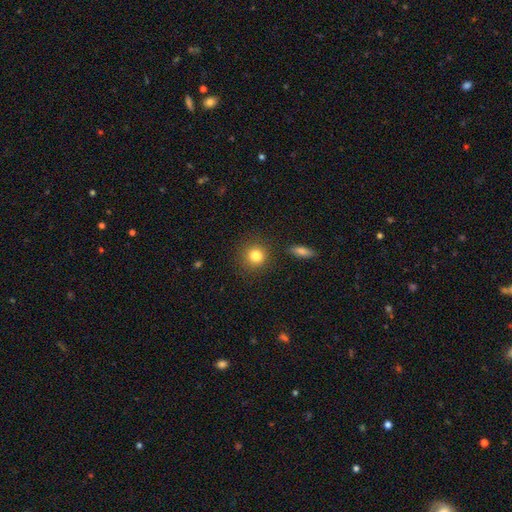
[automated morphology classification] A smooth galaxy with no disk features (83%) that is round (90%).

Vote fractions:
- Smooth or featured? smooth: 83% / star or artifact: 10% / featured or disk: 7%
- How rounded? round: 90% / in between: 9% / cigar-shaped: 1%
- Merging? none: 87% / minor disturbance: 8% / merger: 3% / major disturbance: 3%